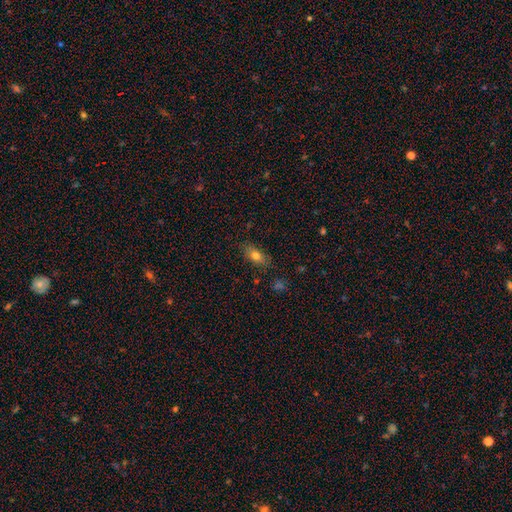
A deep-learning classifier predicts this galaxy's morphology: Q: Smooth or featured?
A: smooth (76%); runner-up: featured or disk (15%)
Q: How rounded?
A: in between (81%); runner-up: round (9%)
Q: Merging?
A: none (82%); runner-up: minor disturbance (14%)